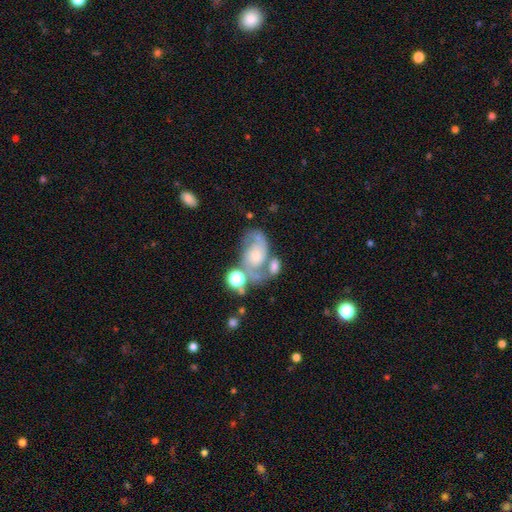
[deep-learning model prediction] Smooth or featured?
  - featured or disk: 78% *
  - smooth: 13%
  - star or artifact: 9%
Edge-on disk?
  - no: 97% *
  - yes: 3%
Bar?
  - no: 71% *
  - weak: 24%
  - strong: 6%
Spiral arms?
  - yes: 91% *
  - no: 9%
Spiral winding?
  - medium: 49% *
  - tight: 27%
  - loose: 24%
Spiral arm count?
  - 2: 81% *
  - can't tell: 8%
  - 1: 6%
  - 3: 2%
  - 4: 1%
  - more than 4: 1%
Bulge size?
  - small: 41% *
  - moderate: 39%
  - large: 9%
  - none: 9%
  - dominant: 2%
Merging?
  - none: 40% *
  - merger: 25%
  - minor disturbance: 18%
  - major disturbance: 16%